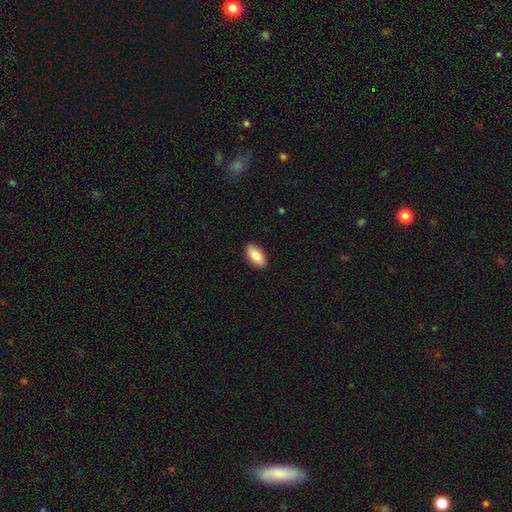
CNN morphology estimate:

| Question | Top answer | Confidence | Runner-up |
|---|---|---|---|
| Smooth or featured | smooth | 82% | featured or disk (12%) |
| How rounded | in between | 92% | cigar-shaped (5%) |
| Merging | none | 90% | minor disturbance (7%) |